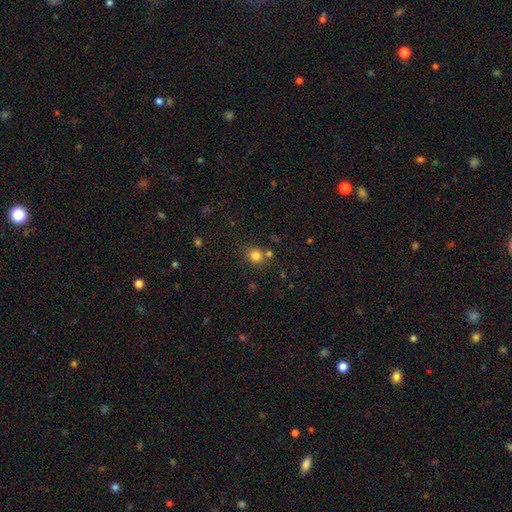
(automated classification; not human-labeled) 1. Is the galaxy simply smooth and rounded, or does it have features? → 81% smooth, 13% star or artifact, 6% featured or disk.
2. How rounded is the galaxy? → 75% round, 24% in between, 1% cigar-shaped.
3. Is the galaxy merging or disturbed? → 70% none, 14% merger, 12% minor disturbance, 4% major disturbance.